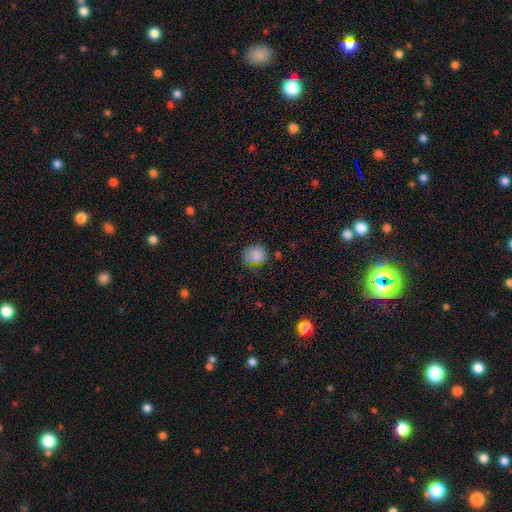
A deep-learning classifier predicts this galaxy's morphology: This appears to be a smooth galaxy with no disk features (83%) that is round (70%). Merging: none (62%).